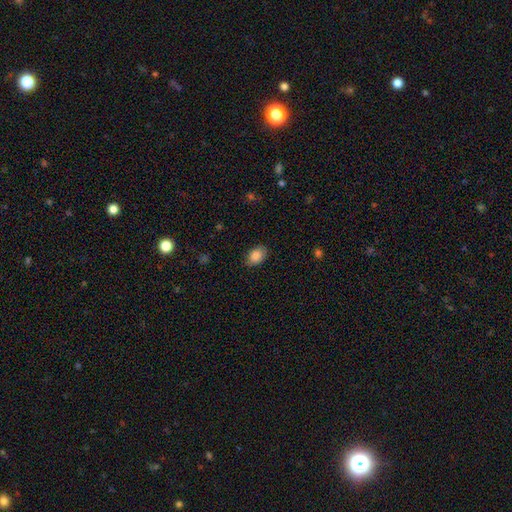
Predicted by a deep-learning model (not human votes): Smooth or featured?
  - smooth: 86% *
  - star or artifact: 7%
  - featured or disk: 7%
How rounded?
  - in between: 84% *
  - round: 15%
  - cigar-shaped: 1%
Merging?
  - none: 84% *
  - minor disturbance: 12%
  - major disturbance: 2%
  - merger: 1%